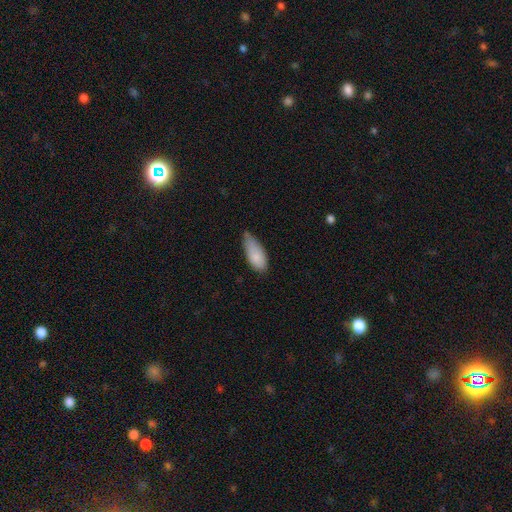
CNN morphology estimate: Overall: smooth (84%). How rounded: in between (85%). Merging: minor disturbance (49%; none 38%).